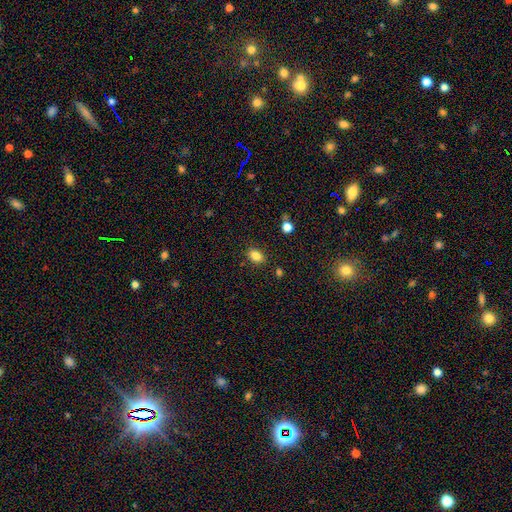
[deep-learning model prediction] Smooth or featured?
  - smooth: 84% *
  - star or artifact: 11%
  - featured or disk: 6%
How rounded?
  - in between: 79% *
  - round: 20%
  - cigar-shaped: 2%
Merging?
  - none: 84% *
  - minor disturbance: 10%
  - major disturbance: 3%
  - merger: 2%